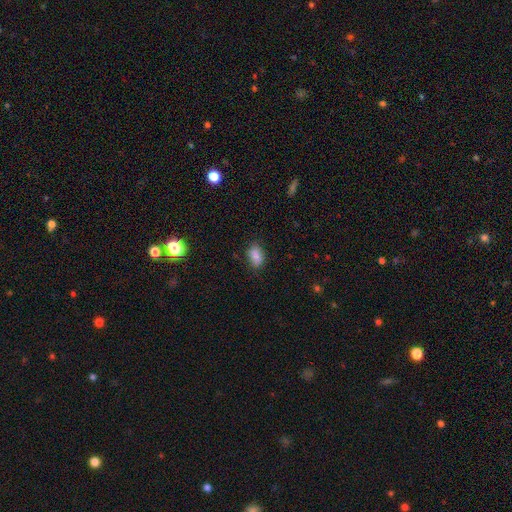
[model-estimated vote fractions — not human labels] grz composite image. It shows a smooth galaxy with no disk features (86%) that is in between round and cigar-shaped (88%). Merging: none (79%).